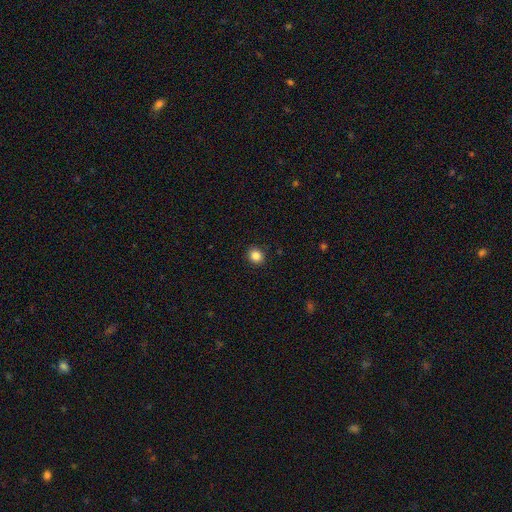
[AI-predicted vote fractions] smooth 85%, star or artifact 11%, featured or disk 4%. Down the decision tree: how rounded — round (82%); merging — none (91%).